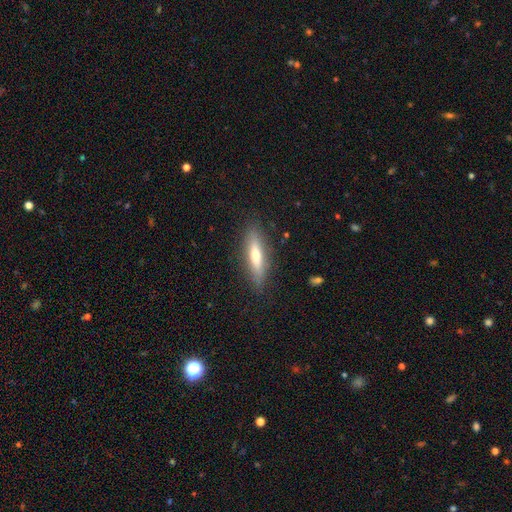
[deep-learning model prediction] smooth-or-featured: smooth: 50% | featured or disk: 44% | star or artifact: 7%
  merging: none: 85% | minor disturbance: 11% | major disturbance: 3% | merger: 1%